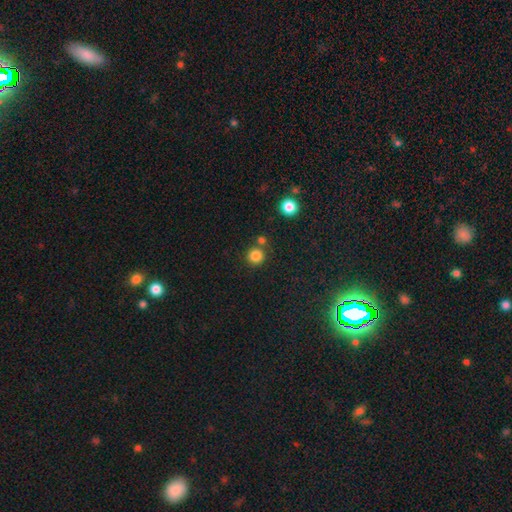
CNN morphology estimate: smooth 83%, star or artifact 12%, featured or disk 5%. Down the decision tree: how rounded — round (93%); merging — none (76%).